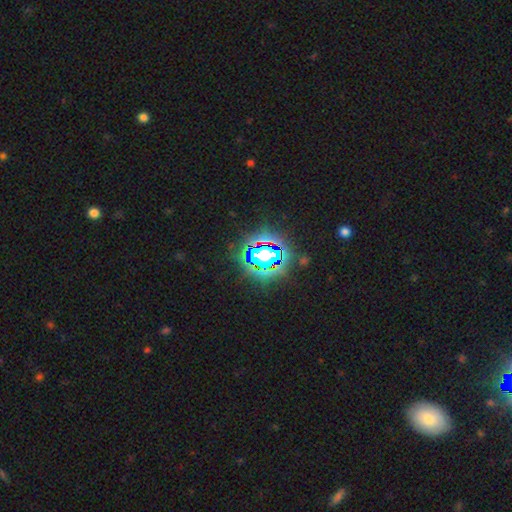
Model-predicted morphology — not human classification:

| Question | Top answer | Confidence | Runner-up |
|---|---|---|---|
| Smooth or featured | star or artifact | 72% | smooth (17%) |